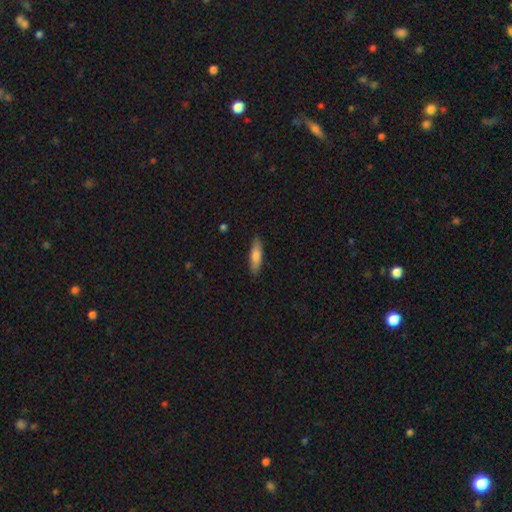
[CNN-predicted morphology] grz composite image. It shows a smooth galaxy with no disk features (74%) that is cigar-shaped (64%). Merging: none (88%).